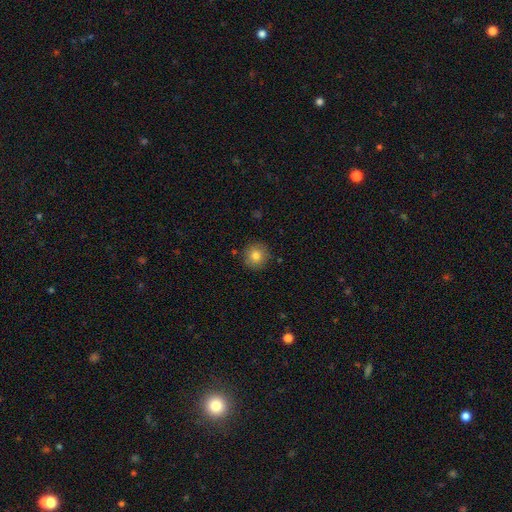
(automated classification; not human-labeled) Smooth or featured: smooth — 82% (star or artifact — 10%)
How rounded: round — 94% (in between — 5%)
Merging: none — 89% (minor disturbance — 8%)